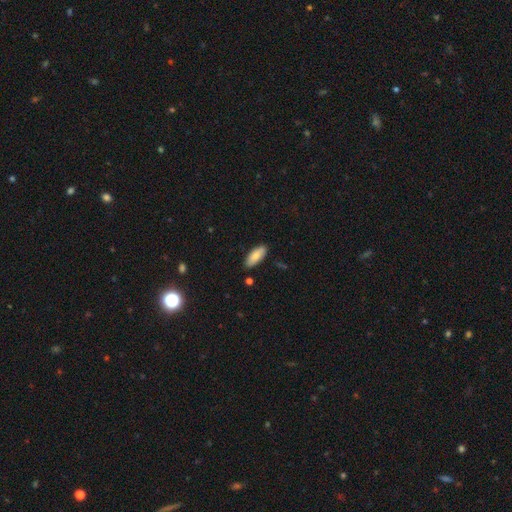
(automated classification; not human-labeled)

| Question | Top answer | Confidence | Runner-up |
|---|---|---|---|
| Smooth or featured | smooth | 80% | featured or disk (14%) |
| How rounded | in between | 83% | cigar-shaped (16%) |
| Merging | none | 86% | minor disturbance (10%) |